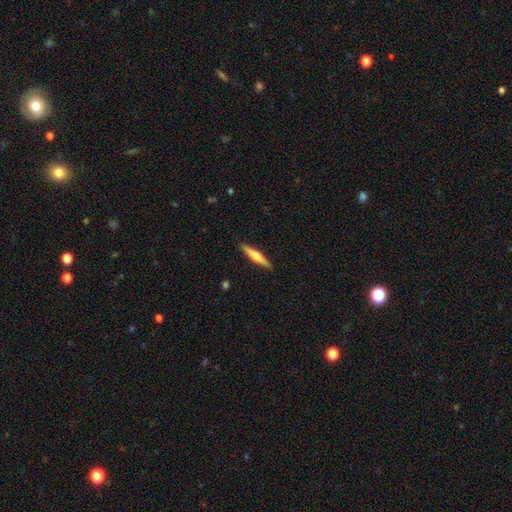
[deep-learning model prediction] Smooth or featured? Predicted: featured or disk (p=0.60). Edge-on disk? Predicted: yes (p=0.97). Edge-on bulge? Predicted: rounded (p=0.88). Merging? Predicted: none (p=0.90).